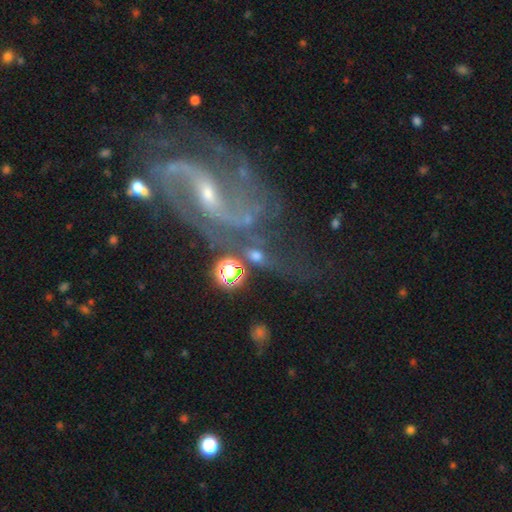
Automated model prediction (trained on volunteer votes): A smooth galaxy with no disk features (39%). Merging: none (48%).